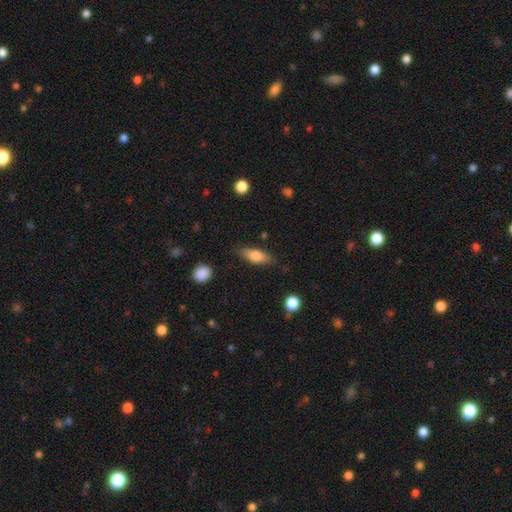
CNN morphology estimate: A smooth galaxy with no disk features (72%) that is in between round and cigar-shaped (69%).

Vote fractions:
- Smooth or featured? smooth: 72% / featured or disk: 21% / star or artifact: 7%
- How rounded? in between: 69% / cigar-shaped: 27% / round: 4%
- Merging? none: 76% / minor disturbance: 17% / major disturbance: 4% / merger: 2%